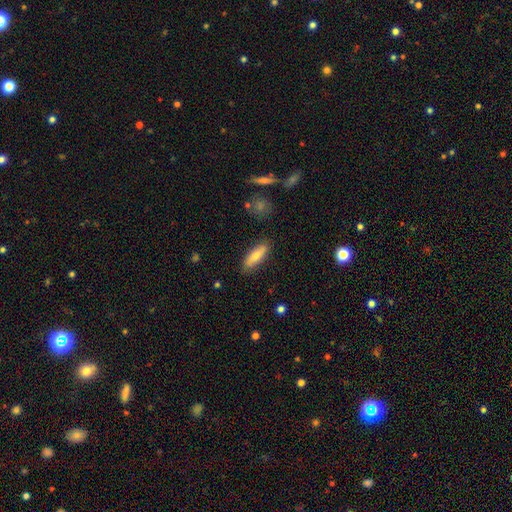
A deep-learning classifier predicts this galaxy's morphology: Smooth or featured: smooth — 70% (featured or disk — 23%)
How rounded: in between — 50% (cigar-shaped — 47%)
Merging: none — 87% (minor disturbance — 10%)